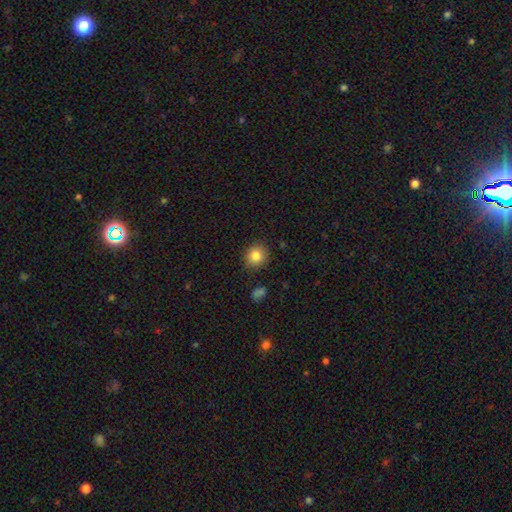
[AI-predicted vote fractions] Q: Smooth or featured?
A: smooth (83%); runner-up: star or artifact (10%)
Q: How rounded?
A: round (84%); runner-up: in between (15%)
Q: Merging?
A: none (86%); runner-up: minor disturbance (10%)